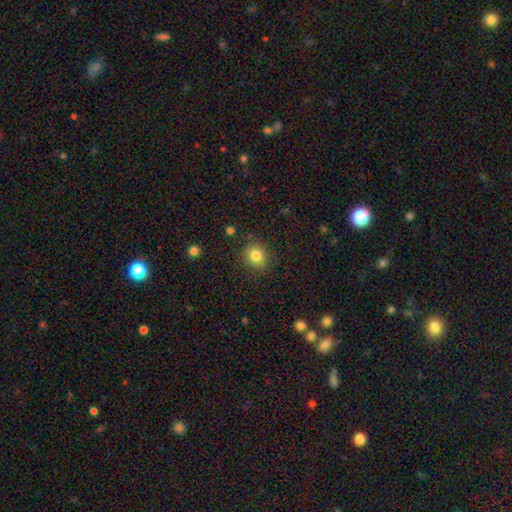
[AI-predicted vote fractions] smooth 82%, star or artifact 11%, featured or disk 7%. Down the decision tree: how rounded — round (83%); merging — none (88%).